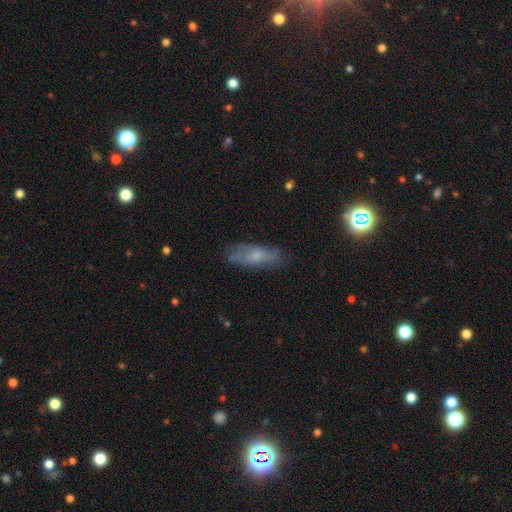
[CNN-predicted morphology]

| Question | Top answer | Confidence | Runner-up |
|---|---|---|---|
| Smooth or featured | smooth | 52% | featured or disk (38%) |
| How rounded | in between | 58% | cigar-shaped (38%) |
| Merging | none | 70% | minor disturbance (21%) |